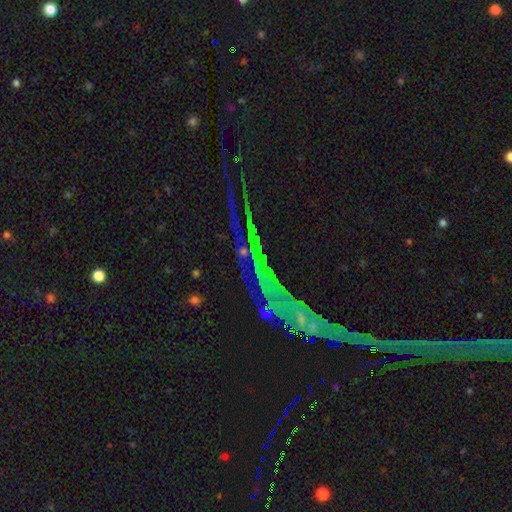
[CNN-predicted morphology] smooth-or-featured: star or artifact: 82% | featured or disk: 10% | smooth: 8%